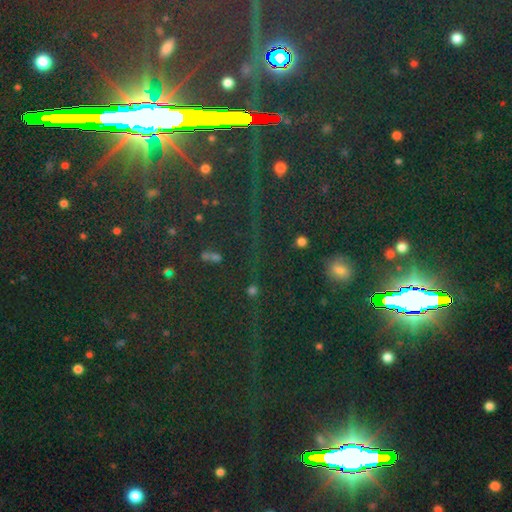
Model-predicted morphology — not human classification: This appears to be a star or artifact, not a galaxy (76%).